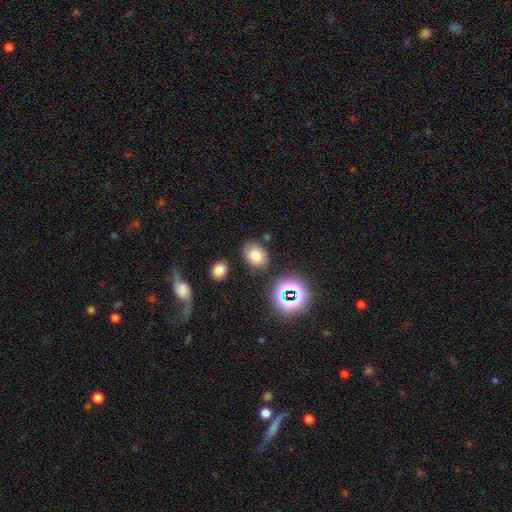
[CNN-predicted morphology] Smooth or featured: smooth — 74% (star or artifact — 15%)
How rounded: in between — 64% (round — 35%)
Merging: none — 79% (minor disturbance — 12%)